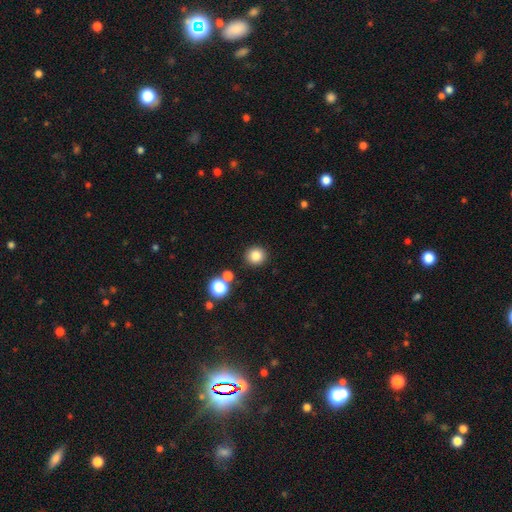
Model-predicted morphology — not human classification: The model was most divided on "smooth or featured": smooth: 83%, star or artifact: 12%, featured or disk: 5%. More confident: how rounded — round (92%); merging — none (88%).